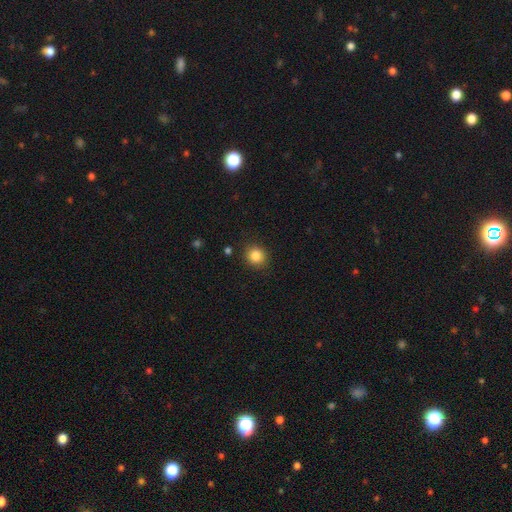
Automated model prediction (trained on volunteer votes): Smooth or featured? Predicted: smooth (p=0.85). How rounded? Predicted: round (p=0.85). Merging? Predicted: none (p=0.88).